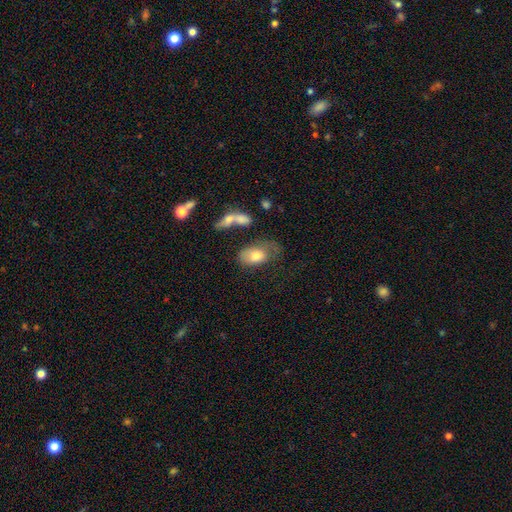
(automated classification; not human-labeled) A smooth galaxy with no disk features (73%) that is in between round and cigar-shaped (90%).

Vote fractions:
- Smooth or featured? smooth: 73% / featured or disk: 20% / star or artifact: 7%
- How rounded? in between: 90% / round: 8% / cigar-shaped: 2%
- Merging? none: 36% / minor disturbance: 27% / major disturbance: 26% / merger: 11%